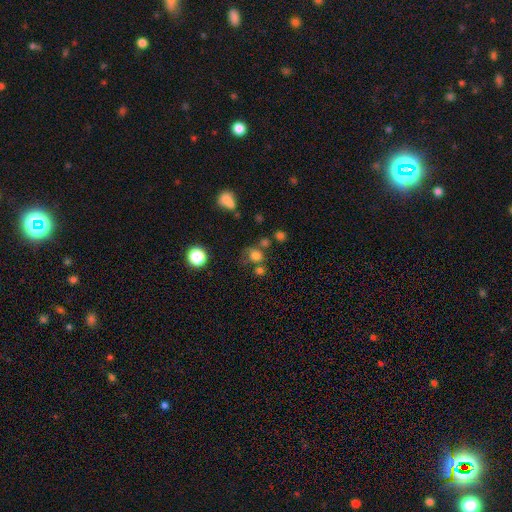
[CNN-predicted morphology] smooth-or-featured: smooth: 72% | star or artifact: 18% | featured or disk: 9%
  how-rounded: round: 73% | in between: 26% | cigar-shaped: 1%
  merging: none: 54% | merger: 19% | minor disturbance: 17% | major disturbance: 11%